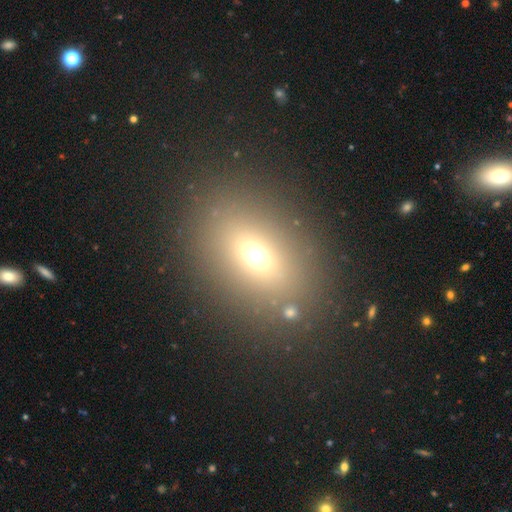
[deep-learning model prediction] Morphology: type=smooth (65%); roundness=in between (69%); merging=none (83%).